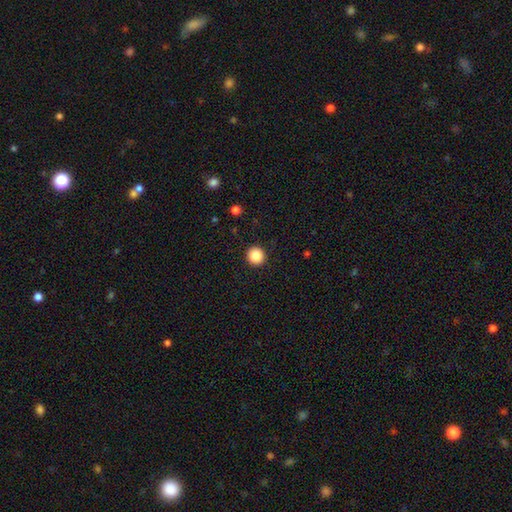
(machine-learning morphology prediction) Smooth or featured?
  - smooth: 87% *
  - star or artifact: 10%
  - featured or disk: 3%
How rounded?
  - round: 95% *
  - in between: 5%
  - cigar-shaped: 1%
Merging?
  - none: 93% *
  - minor disturbance: 4%
  - major disturbance: 2%
  - merger: 1%